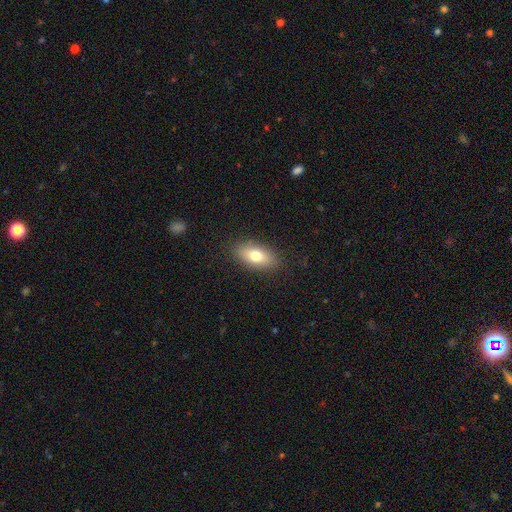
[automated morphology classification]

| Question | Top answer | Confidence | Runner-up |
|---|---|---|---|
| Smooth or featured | smooth | 75% | featured or disk (17%) |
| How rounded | in between | 85% | cigar-shaped (9%) |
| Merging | none | 87% | minor disturbance (9%) |